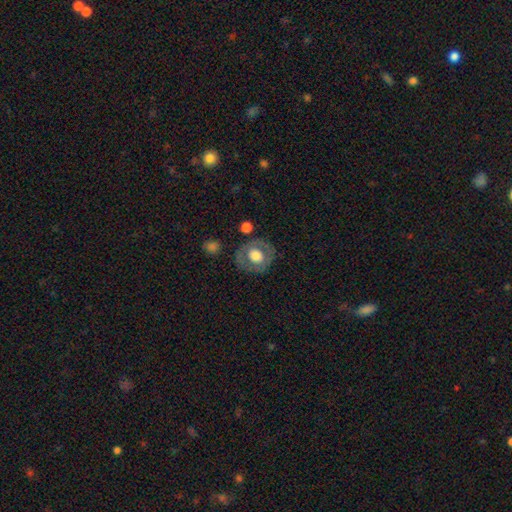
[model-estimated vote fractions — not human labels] Smooth or featured?
  - smooth: 52% *
  - featured or disk: 40%
  - star or artifact: 7%
How rounded?
  - round: 77% *
  - in between: 22%
  - cigar-shaped: 1%
Merging?
  - none: 78% *
  - minor disturbance: 13%
  - major disturbance: 6%
  - merger: 2%